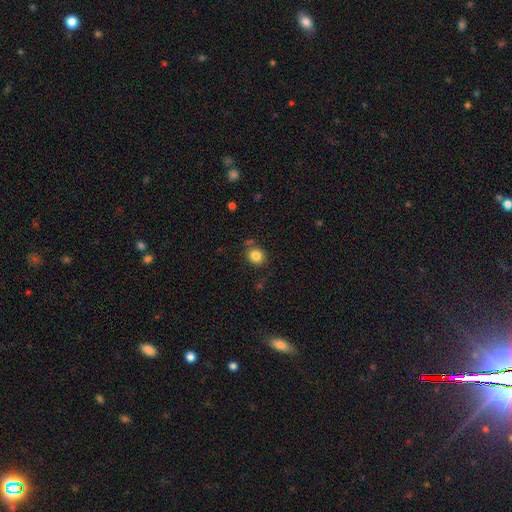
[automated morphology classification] Overall: smooth (84%). How rounded: round (77%). Merging: none (78%).